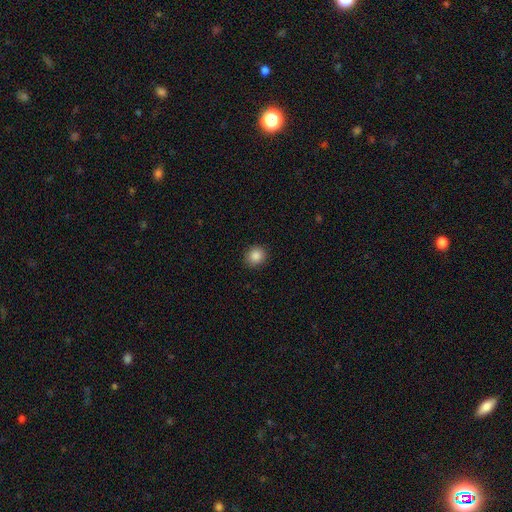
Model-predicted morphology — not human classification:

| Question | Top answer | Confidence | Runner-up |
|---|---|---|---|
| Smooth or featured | smooth | 87% | star or artifact (9%) |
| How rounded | round | 85% | in between (14%) |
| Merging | none | 91% | minor disturbance (6%) |